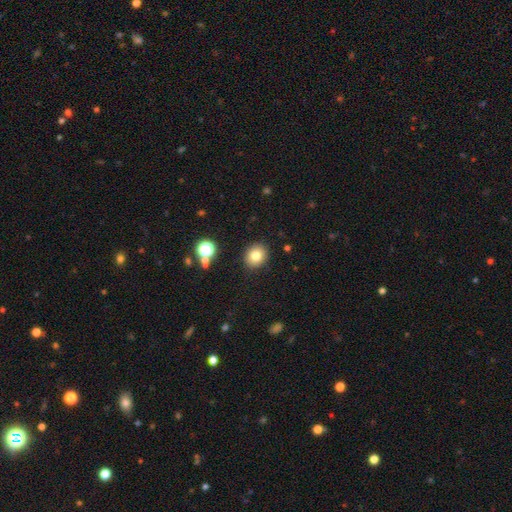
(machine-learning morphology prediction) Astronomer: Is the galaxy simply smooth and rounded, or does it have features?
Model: smooth — 79%.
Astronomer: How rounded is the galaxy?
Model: round — 68%.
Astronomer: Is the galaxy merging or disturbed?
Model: none — 89%.